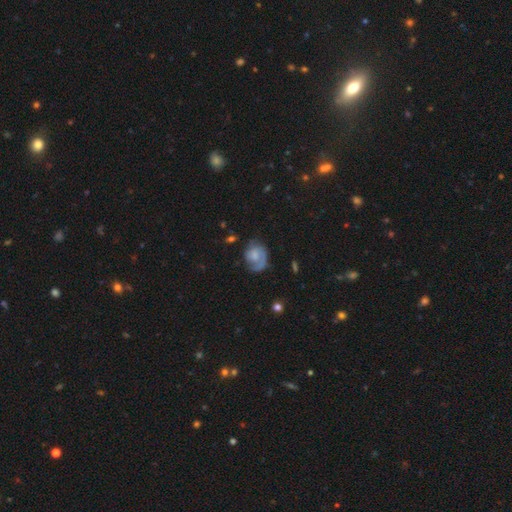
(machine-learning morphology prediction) Smooth or featured? featured or disk (66%)
Edge-on disk? no (98%)
Bar? no (68%)
Spiral arms? yes (88%)
Spiral winding? tight (44%)
Spiral arm count? 1 (62%)
Bulge size? small (32%)
Merging? none (57%)